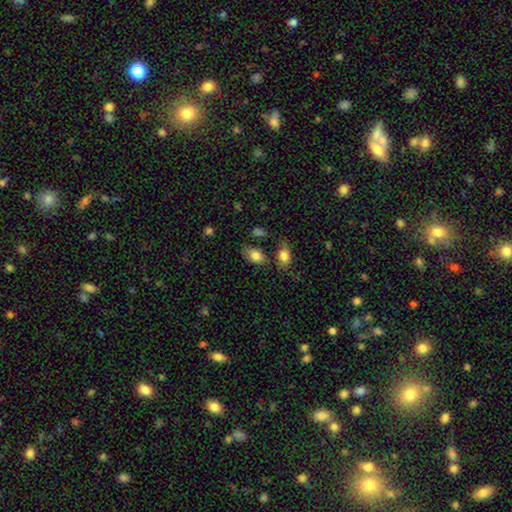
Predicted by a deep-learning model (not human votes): Smooth or featured?
  - smooth: 82% *
  - featured or disk: 10%
  - star or artifact: 8%
How rounded?
  - in between: 90% *
  - round: 9%
  - cigar-shaped: 2%
Merging?
  - none: 65% *
  - minor disturbance: 18%
  - merger: 11%
  - major disturbance: 6%